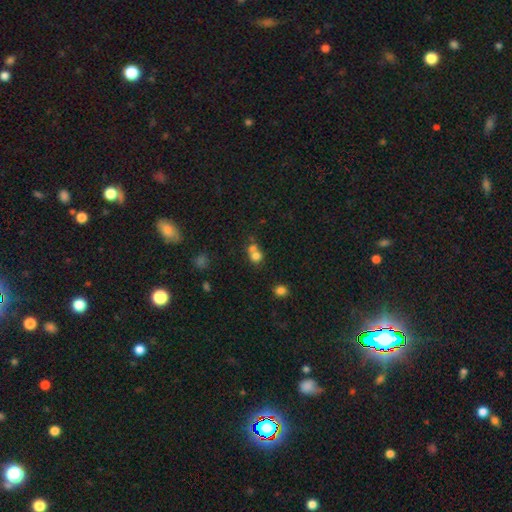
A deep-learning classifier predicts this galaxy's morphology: This is likely a smooth galaxy (73%). How rounded: likely round (80%). Merging: possibly merger (57%).